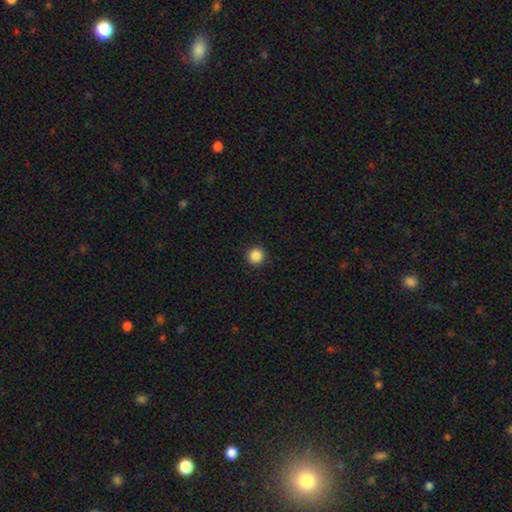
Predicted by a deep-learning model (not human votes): This appears to be a smooth galaxy with no disk features (87%) that is round (95%). Merging: none (93%).